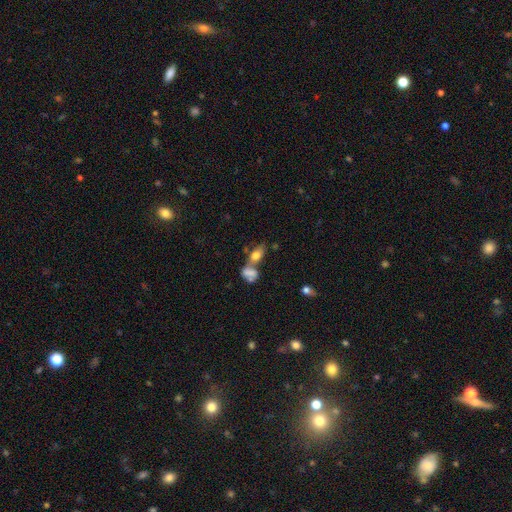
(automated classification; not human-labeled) smooth_or_featured: smooth (p=0.69) [alt: featured or disk p=0.20]
how_rounded: in between (p=0.81) [alt: round p=0.10]
merging: merger (p=0.48) [alt: none p=0.34]